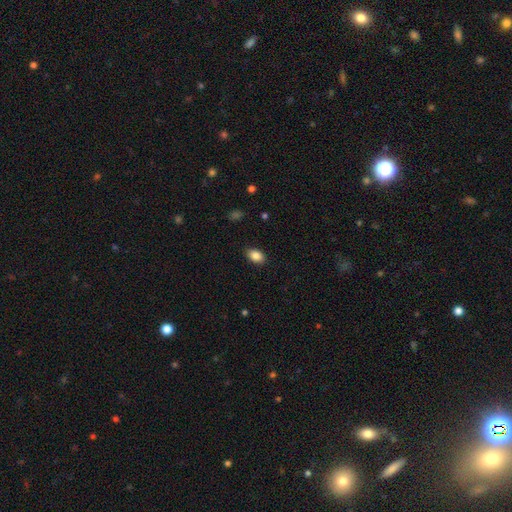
Morphology: type=smooth (92%); roundness=in between (92%); merging=none (84%).